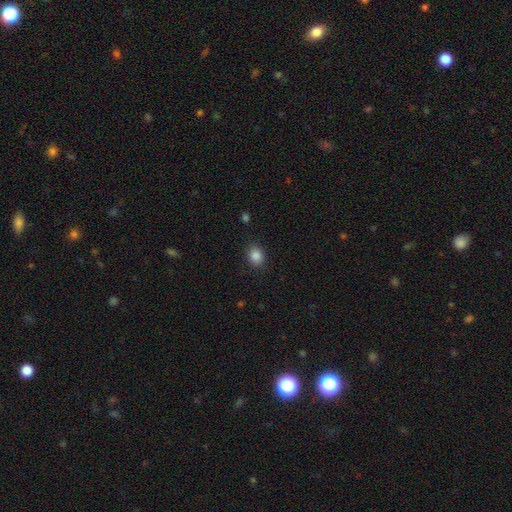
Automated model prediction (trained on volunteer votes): Overall: smooth (86%). How rounded: round (50%; in between 49%). Merging: none (86%).